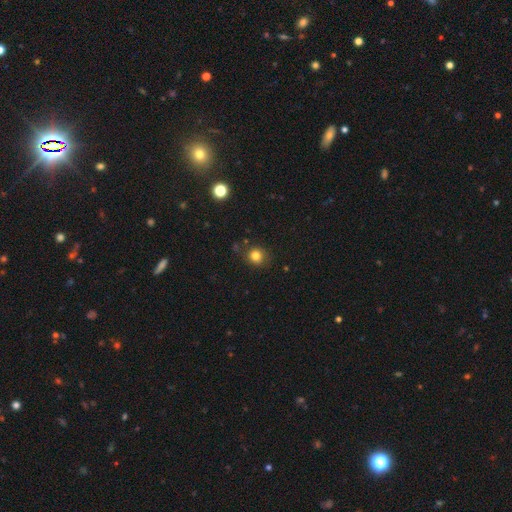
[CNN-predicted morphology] Smooth or featured? smooth (81%)
How rounded? round (81%)
Merging? none (81%)